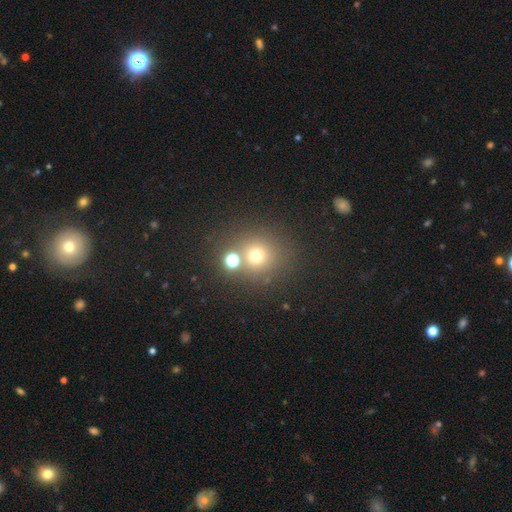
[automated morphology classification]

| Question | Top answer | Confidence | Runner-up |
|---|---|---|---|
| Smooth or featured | smooth | 66% | star or artifact (24%) |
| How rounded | round | 91% | in between (8%) |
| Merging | none | 70% | merger (17%) |